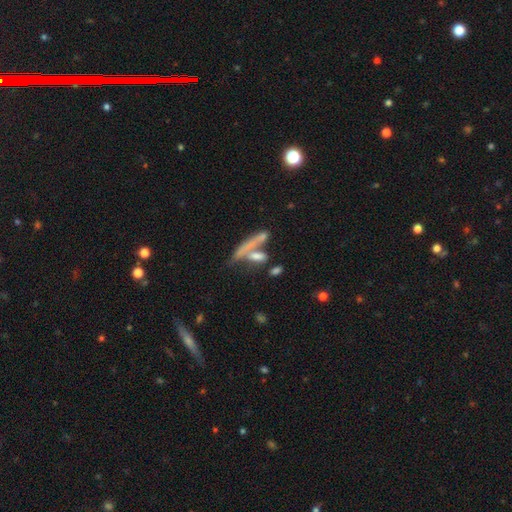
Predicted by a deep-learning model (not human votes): Smooth or featured?
  - smooth: 58% *
  - featured or disk: 31%
  - star or artifact: 11%
How rounded?
  - cigar-shaped: 68% *
  - in between: 26%
  - round: 6%
Merging?
  - merger: 42% *
  - none: 37%
  - minor disturbance: 11%
  - major disturbance: 10%